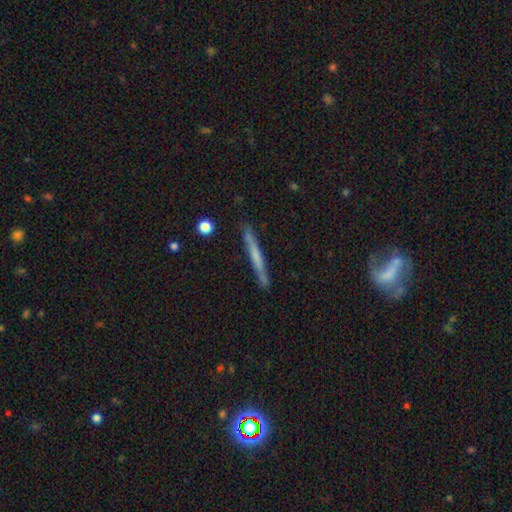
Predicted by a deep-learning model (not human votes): Smooth or featured?
  - smooth: 48% *
  - featured or disk: 45%
  - star or artifact: 7%
Merging?
  - none: 87% *
  - minor disturbance: 9%
  - major disturbance: 2%
  - merger: 2%